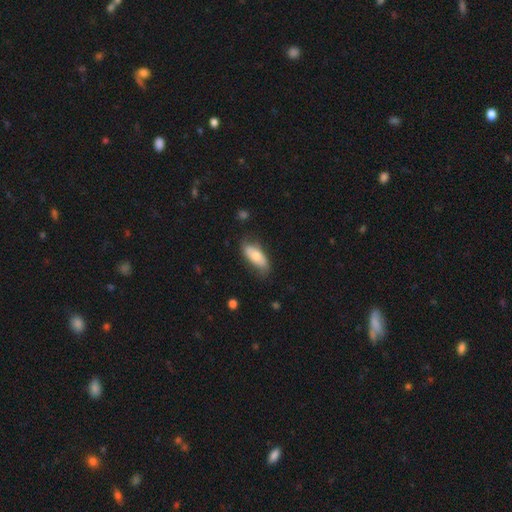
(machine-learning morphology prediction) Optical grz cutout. It shows a smooth galaxy with no disk features (65%) that is in between round and cigar-shaped (81%). Merging: none (67%).